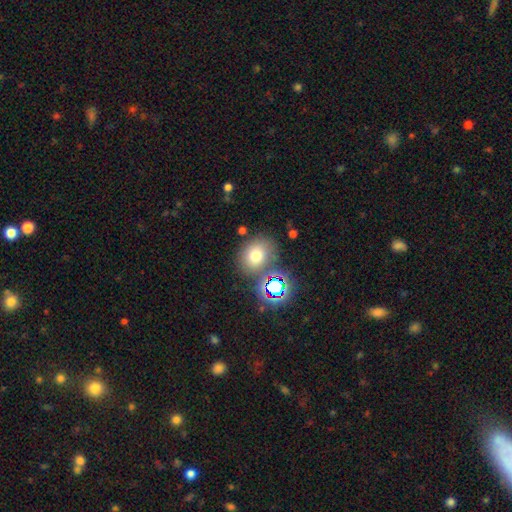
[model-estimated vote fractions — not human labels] Smooth or featured?
  - smooth: 70% *
  - star or artifact: 19%
  - featured or disk: 11%
How rounded?
  - round: 65% *
  - in between: 34%
  - cigar-shaped: 1%
Merging?
  - none: 71% *
  - merger: 12%
  - minor disturbance: 12%
  - major disturbance: 5%